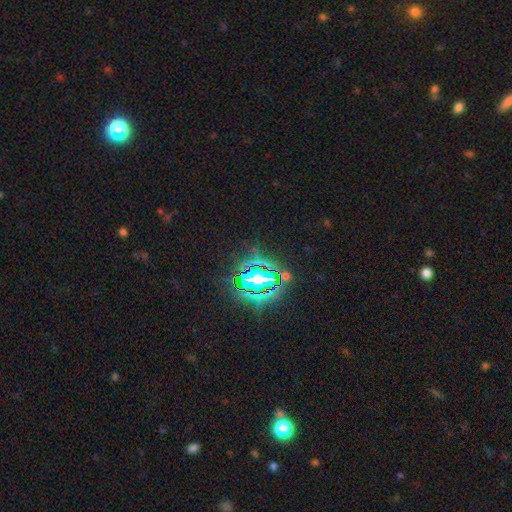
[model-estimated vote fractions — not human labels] smooth_or_featured: star or artifact (p=0.83) [alt: smooth p=0.10]